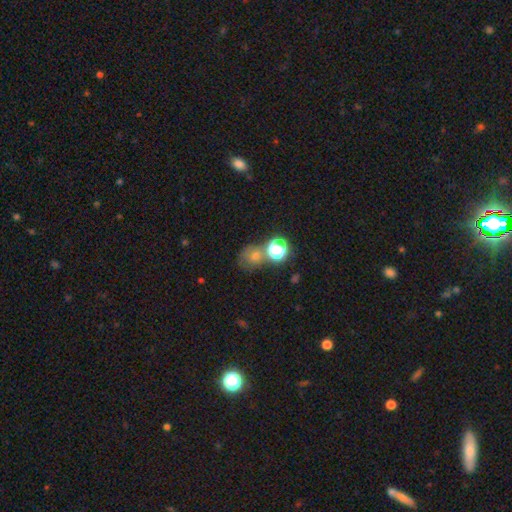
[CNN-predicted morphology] Smooth or featured: smooth — 50% (star or artifact — 37%)
Merging: none — 59% (merger — 20%)